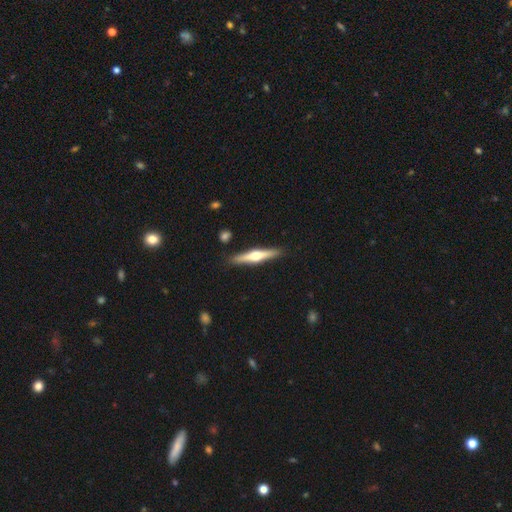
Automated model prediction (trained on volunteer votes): A featured or disk galaxy (65%) viewed edge-on (98%) with a rounded central bulge (93%). Merging: none (89%).